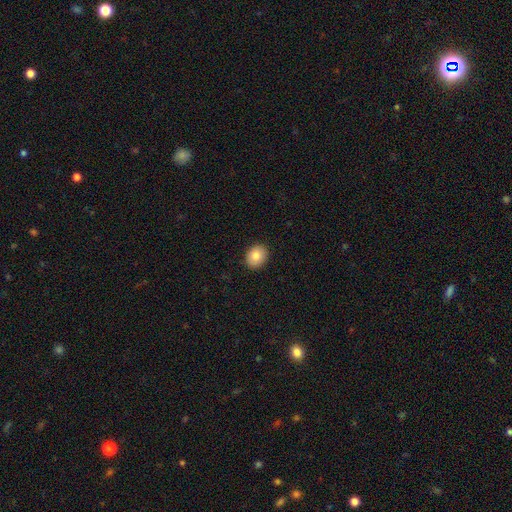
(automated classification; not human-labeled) smooth 85%, star or artifact 8%, featured or disk 7%. Down the decision tree: how rounded — in between (52%); merging — none (91%).